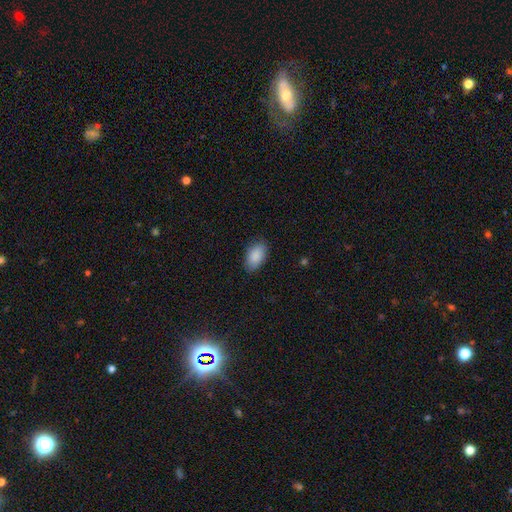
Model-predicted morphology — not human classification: A smooth galaxy with no disk features (89%) that is in between round and cigar-shaped (94%).

Vote fractions:
- Smooth or featured? smooth: 89% / star or artifact: 6% / featured or disk: 4%
- How rounded? in between: 94% / round: 4% / cigar-shaped: 2%
- Merging? none: 84% / minor disturbance: 12% / major disturbance: 3% / merger: 1%